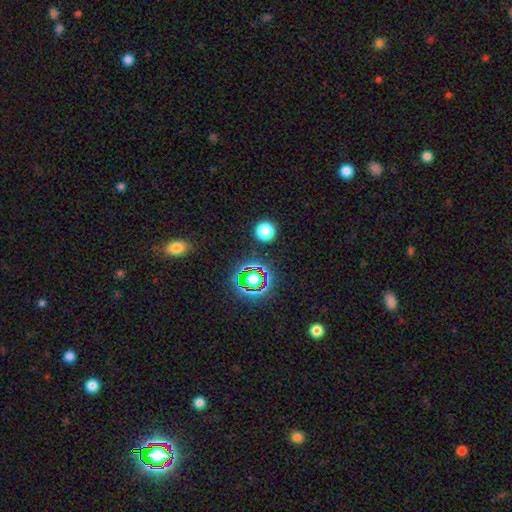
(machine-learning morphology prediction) Smooth or featured: star or artifact — 63% (smooth — 28%)